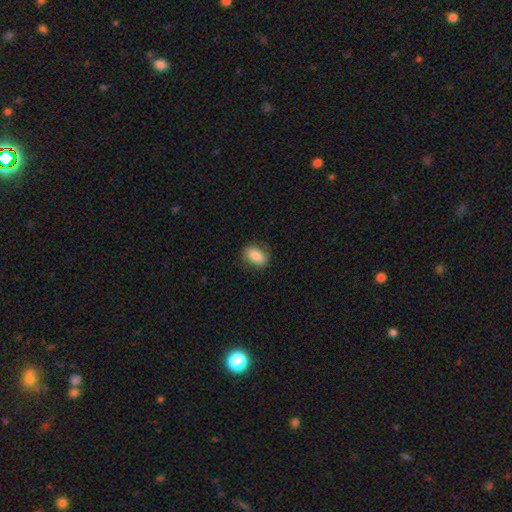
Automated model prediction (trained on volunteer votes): smooth 82%, featured or disk 11%, star or artifact 7%. Down the decision tree: how rounded — in between (86%); merging — none (79%).